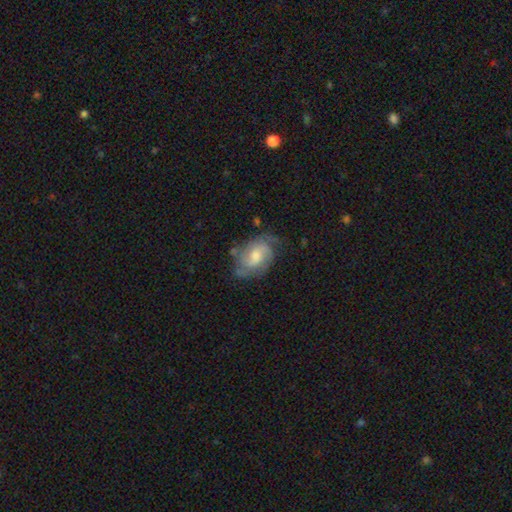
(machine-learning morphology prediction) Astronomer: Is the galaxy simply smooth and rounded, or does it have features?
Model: featured or disk — 71%.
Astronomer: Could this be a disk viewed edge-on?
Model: no — 96%.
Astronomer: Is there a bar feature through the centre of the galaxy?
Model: no — 58% (runner-up: weak, 36%).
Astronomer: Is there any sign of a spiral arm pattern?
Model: yes — 91%.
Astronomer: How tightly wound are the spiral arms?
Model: tight — 44% (runner-up: medium, 41%).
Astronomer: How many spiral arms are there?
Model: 2 — 40% (runner-up: can't tell, 28%).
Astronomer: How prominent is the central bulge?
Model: moderate — 61%.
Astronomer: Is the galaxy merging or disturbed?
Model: none — 64%.